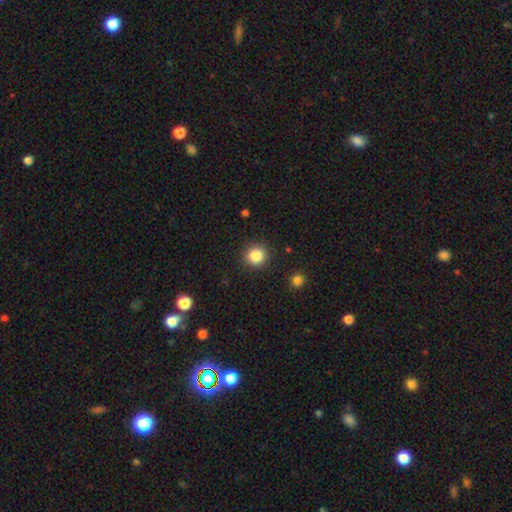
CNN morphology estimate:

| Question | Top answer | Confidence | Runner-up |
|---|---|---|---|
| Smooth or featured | smooth | 85% | star or artifact (10%) |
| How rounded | round | 90% | in between (9%) |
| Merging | none | 89% | minor disturbance (7%) |